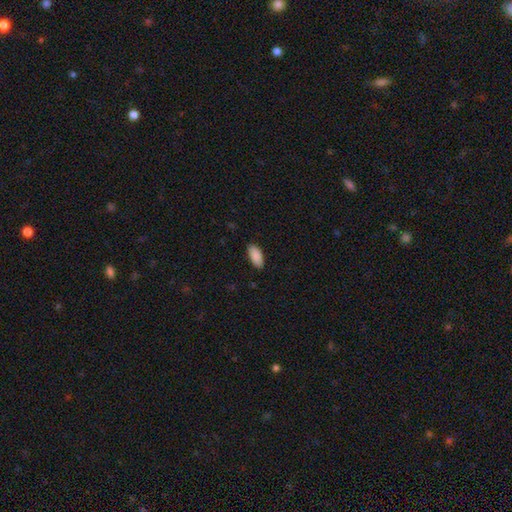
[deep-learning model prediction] Smooth or featured?
  - smooth: 90% *
  - star or artifact: 6%
  - featured or disk: 4%
How rounded?
  - in between: 89% *
  - cigar-shaped: 9%
  - round: 2%
Merging?
  - none: 87% *
  - minor disturbance: 10%
  - major disturbance: 2%
  - merger: 1%